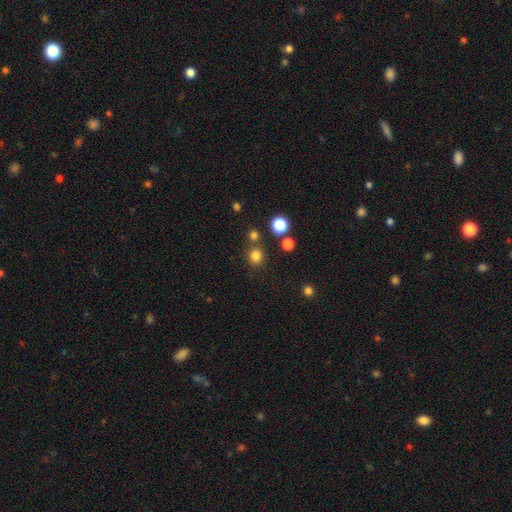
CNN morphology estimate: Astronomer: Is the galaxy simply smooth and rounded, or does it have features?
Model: smooth — 80%.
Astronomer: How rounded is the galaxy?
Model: round — 86%.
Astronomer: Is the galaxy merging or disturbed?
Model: none — 79%.